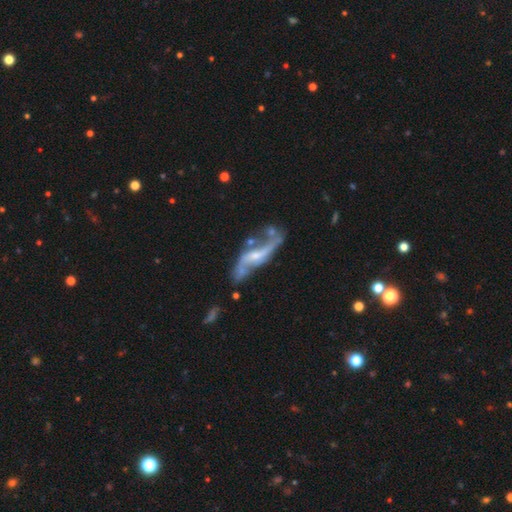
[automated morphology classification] Smooth or featured: featured or disk — 83% (smooth — 11%)
Edge-on disk: no — 82% (yes — 18%)
Bar: weak — 42% (no — 37%)
Spiral arms: yes — 90% (no — 10%)
Spiral winding: loose — 80% (medium — 15%)
Spiral arm count: 2 — 87% (can't tell — 5%)
Bulge size: small — 55% (moderate — 32%)
Merging: none — 52% (minor disturbance — 21%)